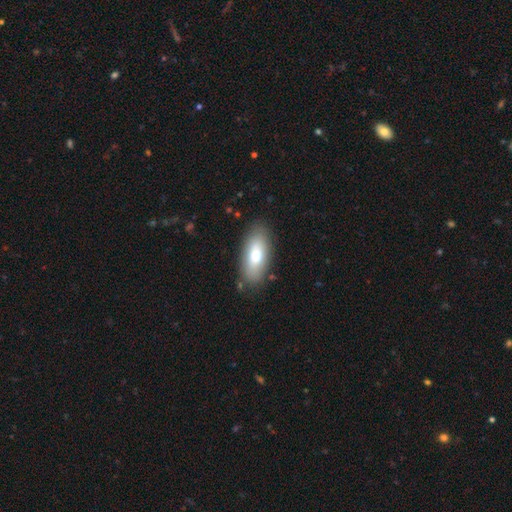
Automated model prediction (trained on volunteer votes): Overall: smooth (70%). How rounded: in between (85%). Merging: none (82%).